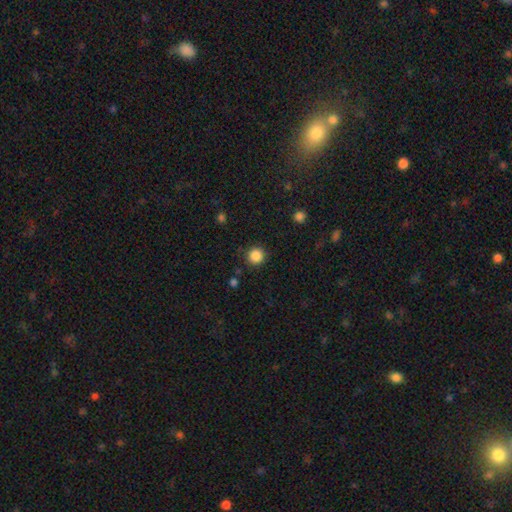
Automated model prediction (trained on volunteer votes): This appears to be a smooth galaxy with no disk features (86%) that is round (95%). Merging: none (89%).